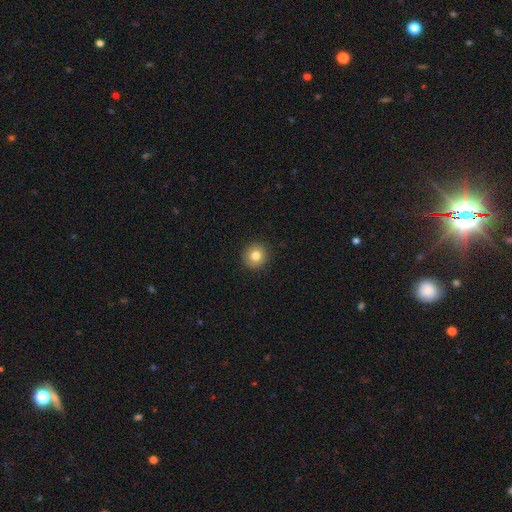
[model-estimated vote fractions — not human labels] smooth 80%, star or artifact 11%, featured or disk 9%. Down the decision tree: how rounded — round (93%); merging — none (93%).